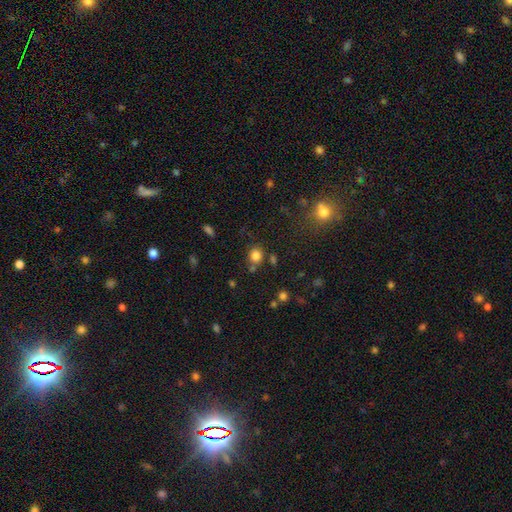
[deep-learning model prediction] smooth 81%, star or artifact 14%, featured or disk 6%. Down the decision tree: how rounded — round (75%); merging — none (74%).